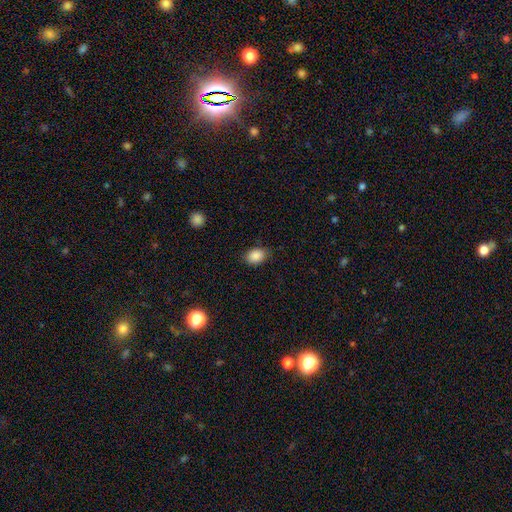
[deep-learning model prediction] A smooth galaxy with no disk features (88%) that is in between round and cigar-shaped (75%).

Vote fractions:
- Smooth or featured? smooth: 88% / star or artifact: 8% / featured or disk: 4%
- How rounded? in between: 75% / round: 24% / cigar-shaped: 1%
- Merging? none: 83% / minor disturbance: 13% / major disturbance: 3% / merger: 1%